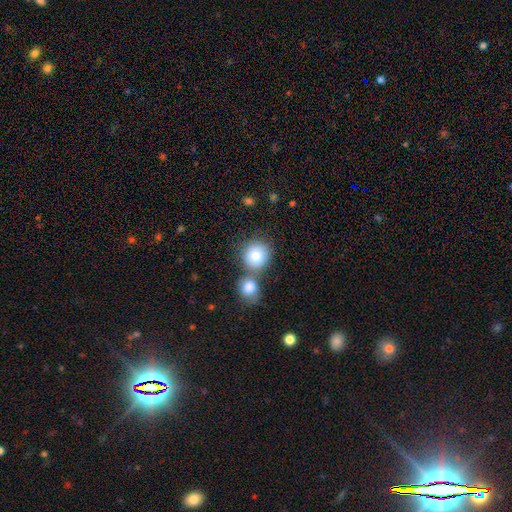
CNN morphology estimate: A smooth galaxy with no disk features (80%) that is round (89%). Merging: none (54%).